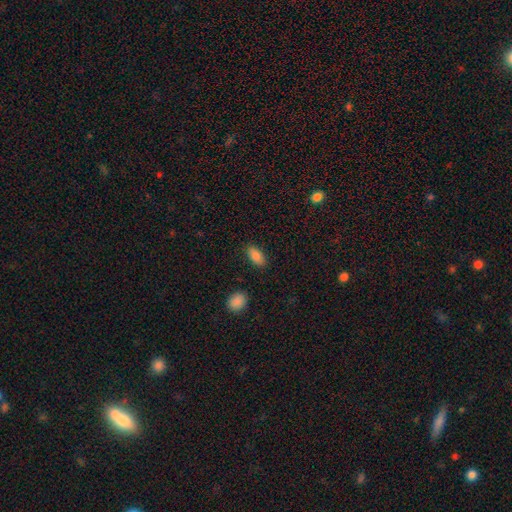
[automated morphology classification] smooth_or_featured: smooth (p=0.86) [alt: star or artifact p=0.08]
how_rounded: in between (p=0.90) [alt: cigar-shaped p=0.06]
merging: none (p=0.86) [alt: minor disturbance p=0.09]